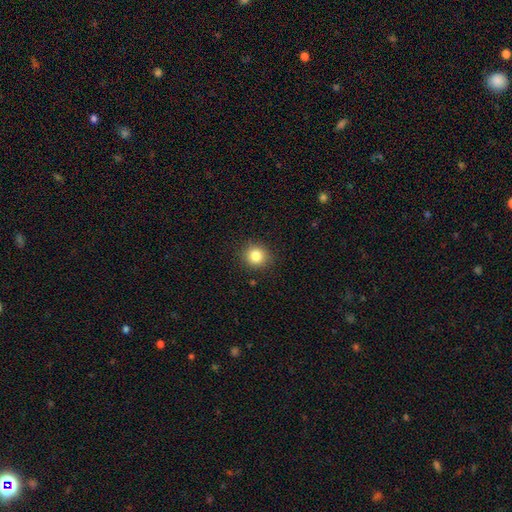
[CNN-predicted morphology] smooth_or_featured: smooth (p=0.83) [alt: star or artifact p=0.11]
how_rounded: round (p=0.89) [alt: in between p=0.10]
merging: none (p=0.90) [alt: minor disturbance p=0.07]